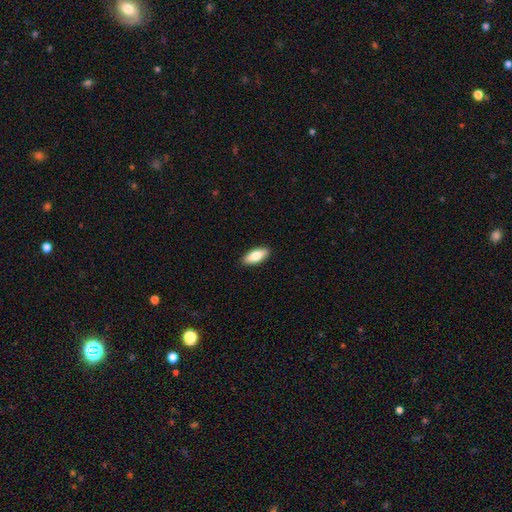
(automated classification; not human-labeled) Overall: smooth (79%). How rounded: in between (79%). Merging: none (90%).